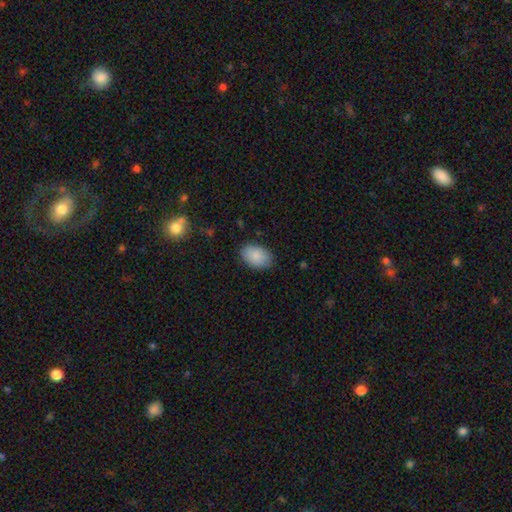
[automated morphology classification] type=smooth (87%); roundness=in between (87%); merging=none (85%).